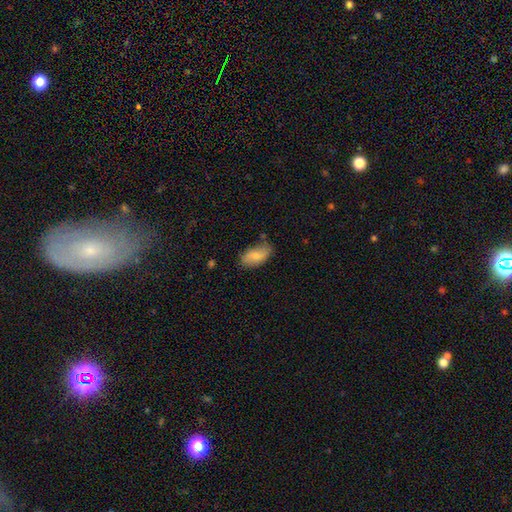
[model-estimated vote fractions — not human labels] Overall: smooth (78%). How rounded: in between (94%). Merging: none (70%).